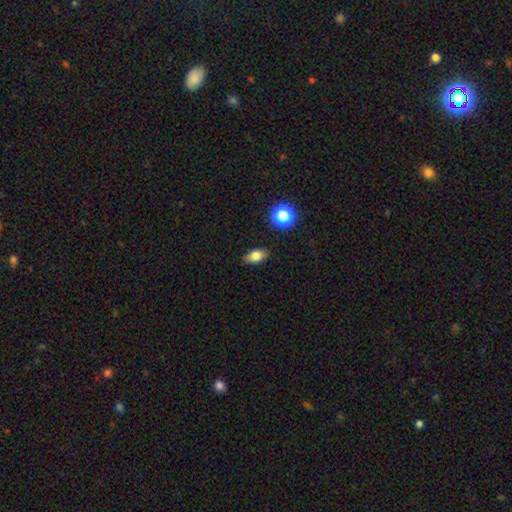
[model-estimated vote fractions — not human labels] smooth 79%, featured or disk 11%, star or artifact 10%. Down the decision tree: how rounded — in between (84%); merging — none (86%).